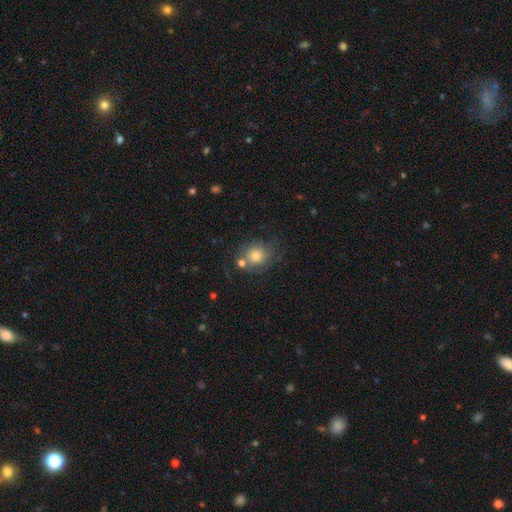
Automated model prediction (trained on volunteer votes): smooth_or_featured: smooth (p=0.65) [alt: featured or disk p=0.25]
how_rounded: round (p=0.78) [alt: in between p=0.21]
merging: none (p=0.57) [alt: minor disturbance p=0.20]